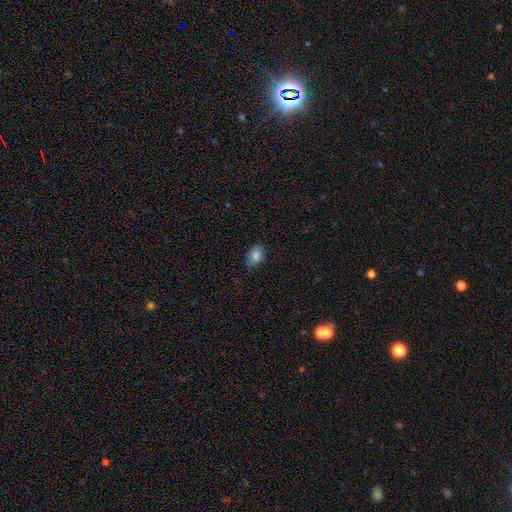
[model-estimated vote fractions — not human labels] Smooth or featured? smooth (82%)
How rounded? in between (78%)
Merging? none (77%)